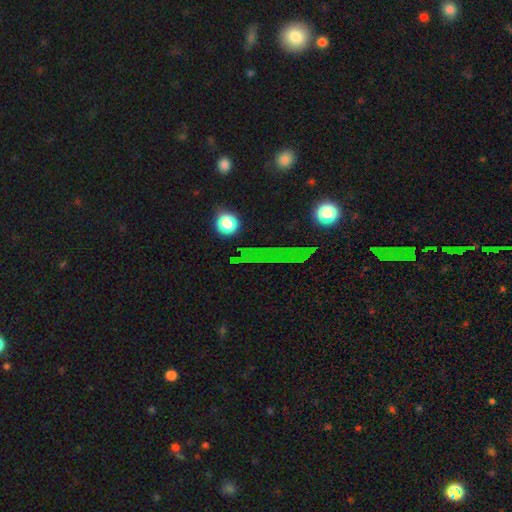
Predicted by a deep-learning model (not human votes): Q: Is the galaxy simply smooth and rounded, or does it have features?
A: star or artifact — 63%.